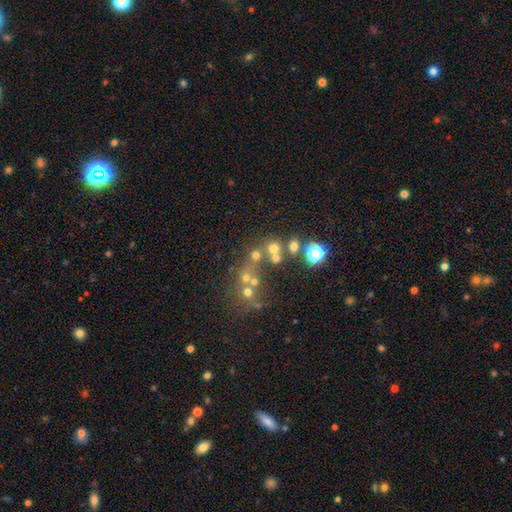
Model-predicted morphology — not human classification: The model was most divided on "merging": none: 55%, merger: 29%, minor disturbance: 9%, major disturbance: 6%. More confident: how rounded — round (85%); smooth or featured — smooth (56%).